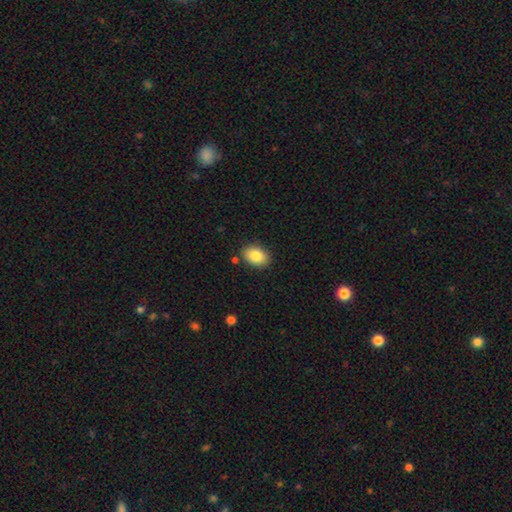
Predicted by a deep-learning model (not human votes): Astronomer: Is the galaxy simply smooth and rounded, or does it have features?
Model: smooth — 85%.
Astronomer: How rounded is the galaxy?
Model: in between — 84%.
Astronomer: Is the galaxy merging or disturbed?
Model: none — 86%.